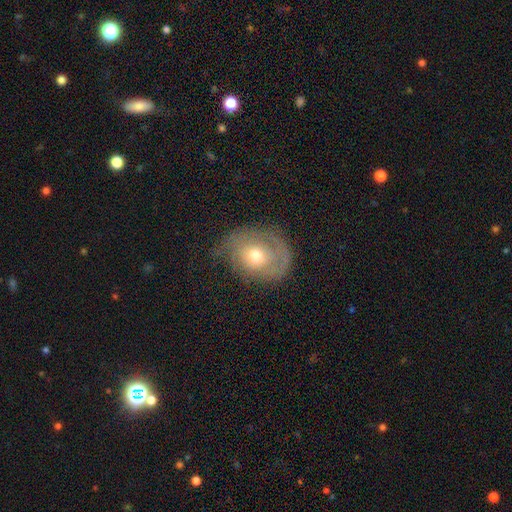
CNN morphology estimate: A featured or disk galaxy (55%) with no bar (82%), spiral arms (68%) and a moderate central bulge (69%).

Vote fractions:
- Smooth or featured? featured or disk: 55% / smooth: 37% / star or artifact: 8%
- Edge-on disk? no: 95% / yes: 5%
- Bar? no: 82% / weak: 15% / strong: 3%
- Spiral arms? yes: 68% / no: 32%
- Bulge size? moderate: 69% / small: 24% / large: 5% / dominant: 1% / none: 1%
- Merging? none: 58% / minor disturbance: 26% / major disturbance: 14% / merger: 2%